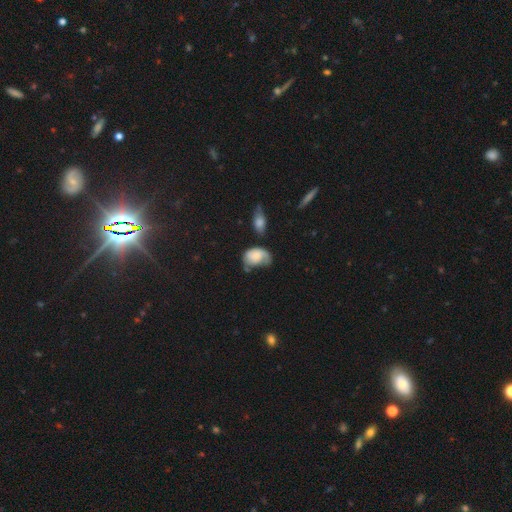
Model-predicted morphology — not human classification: A smooth galaxy with no disk features (62%) that is in between round and cigar-shaped (79%).

Vote fractions:
- Smooth or featured? smooth: 62% / featured or disk: 30% / star or artifact: 8%
- How rounded? in between: 79% / round: 20% / cigar-shaped: 1%
- Merging? minor disturbance: 36% / major disturbance: 29% / none: 26% / merger: 10%